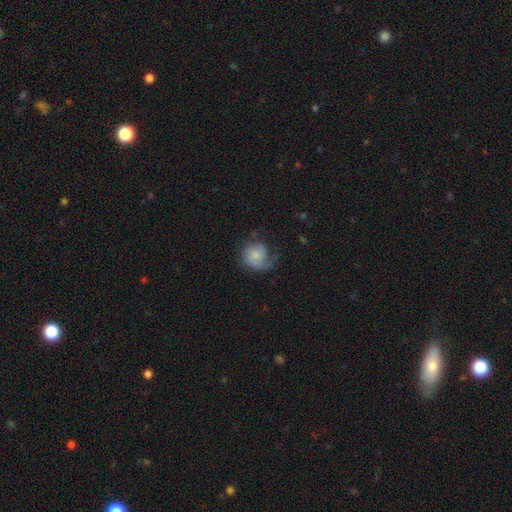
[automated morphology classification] Smooth or featured?
  - smooth: 66% *
  - featured or disk: 27%
  - star or artifact: 7%
How rounded?
  - round: 80% *
  - in between: 19%
  - cigar-shaped: 1%
Merging?
  - none: 43% *
  - minor disturbance: 29%
  - major disturbance: 26%
  - merger: 2%